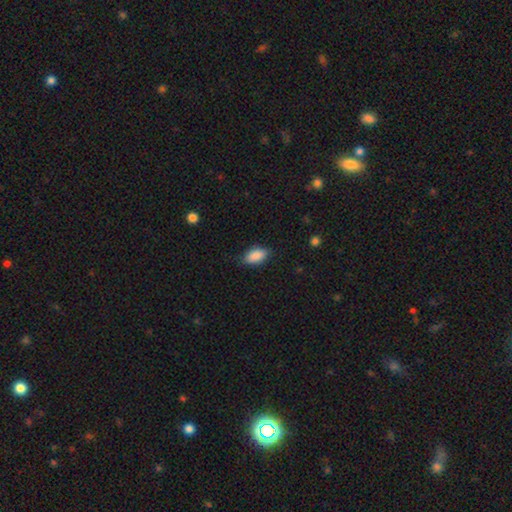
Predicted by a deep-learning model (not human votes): This appears to be a smooth galaxy with no disk features (88%) that is in between round and cigar-shaped (91%). Merging: none (81%).